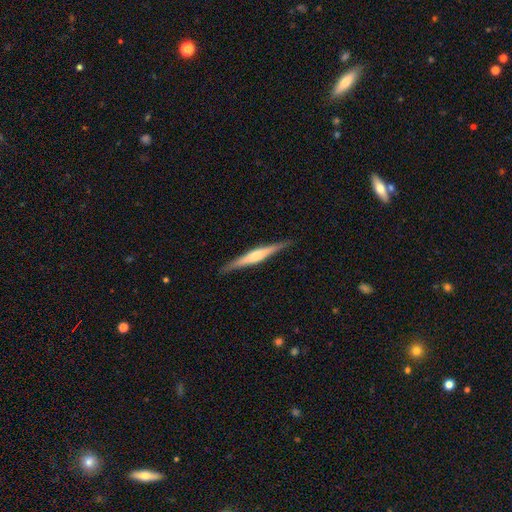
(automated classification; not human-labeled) Q: Smooth or featured?
A: featured or disk (67%); runner-up: smooth (27%)
Q: Edge-on disk?
A: yes (98%); runner-up: no (2%)
Q: Edge-on bulge?
A: rounded (68%); runner-up: boxy (18%)
Q: Merging?
A: none (90%); runner-up: minor disturbance (8%)